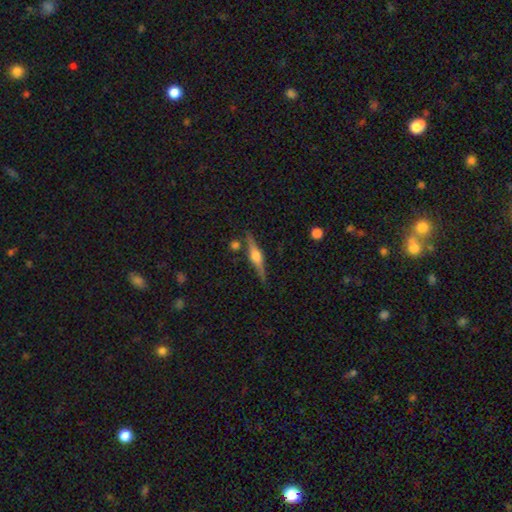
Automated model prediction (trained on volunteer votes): featured or disk 78%, smooth 16%, star or artifact 6%. Down the decision tree: edge-on disk — yes (97%); edge-on bulge — rounded (92%); merging — none (85%).